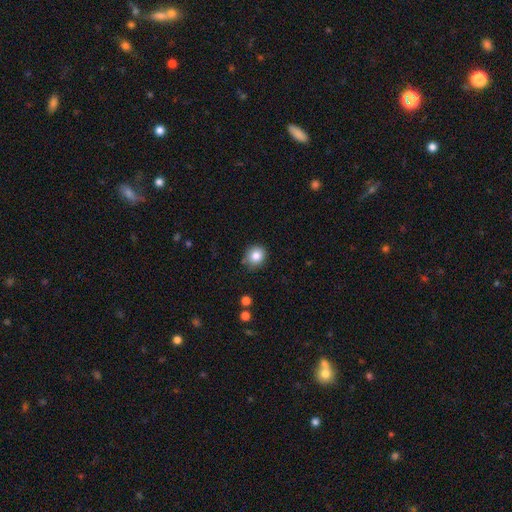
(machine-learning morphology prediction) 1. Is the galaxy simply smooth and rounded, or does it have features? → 83% smooth, 10% star or artifact, 7% featured or disk.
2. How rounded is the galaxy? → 83% round, 16% in between, 1% cigar-shaped.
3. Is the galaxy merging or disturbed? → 81% none, 14% minor disturbance, 3% major disturbance, 2% merger.